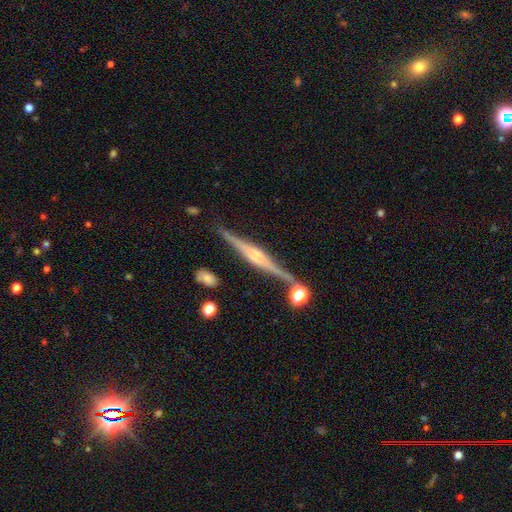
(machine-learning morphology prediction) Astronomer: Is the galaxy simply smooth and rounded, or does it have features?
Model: featured or disk — 84%.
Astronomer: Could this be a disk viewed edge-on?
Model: yes — 98%.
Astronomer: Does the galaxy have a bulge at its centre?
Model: rounded — 65%.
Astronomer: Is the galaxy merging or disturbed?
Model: none — 82%.